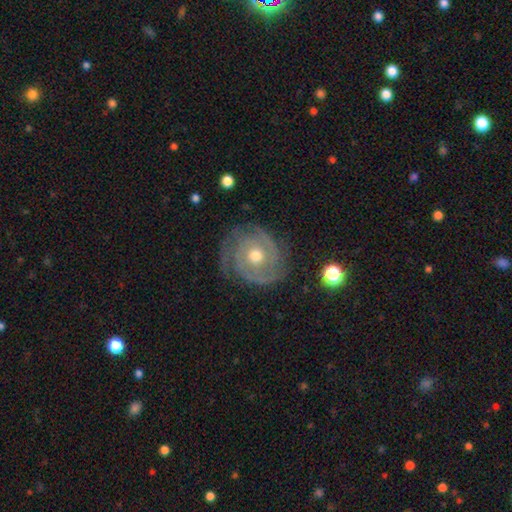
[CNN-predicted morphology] type=featured or disk (84%); edge-on=no (97%); bar=no (81%); spiral arms=yes (92%); winding=tight (73%); arm count=2 (36%); bulge=moderate (74%); merging=none (74%).